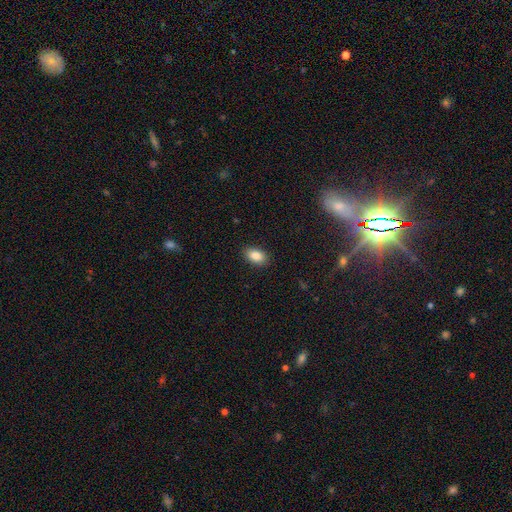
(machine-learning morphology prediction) Smooth or featured? smooth (87%)
How rounded? in between (90%)
Merging? none (89%)